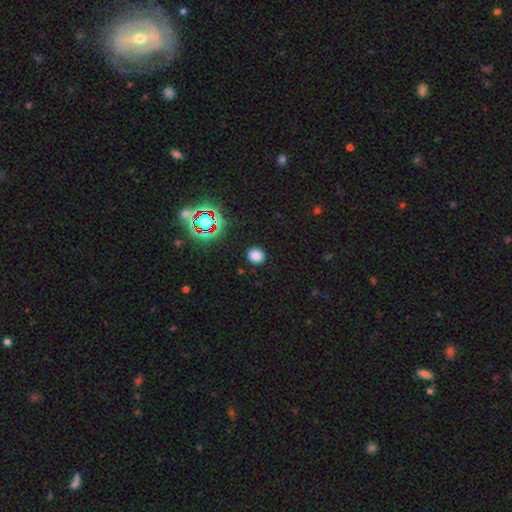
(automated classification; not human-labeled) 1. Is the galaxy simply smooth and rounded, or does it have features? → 78% smooth, 17% star or artifact, 5% featured or disk.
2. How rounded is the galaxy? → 75% round, 24% in between, 1% cigar-shaped.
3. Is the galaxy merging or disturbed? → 89% none, 7% minor disturbance, 2% major disturbance, 1% merger.